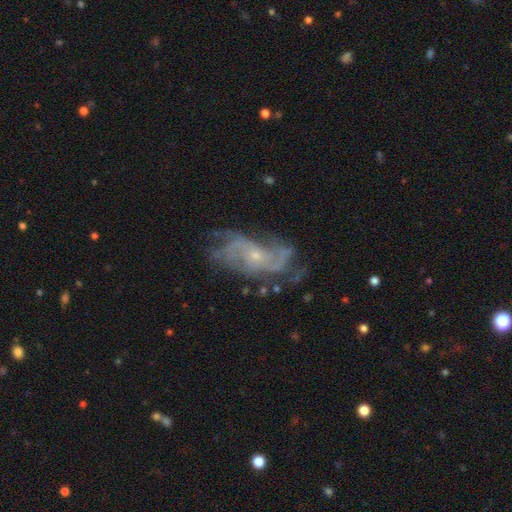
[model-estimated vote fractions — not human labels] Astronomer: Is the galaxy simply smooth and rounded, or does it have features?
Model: featured or disk — 85%.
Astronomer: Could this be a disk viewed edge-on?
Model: no — 96%.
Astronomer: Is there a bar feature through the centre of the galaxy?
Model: no — 72%.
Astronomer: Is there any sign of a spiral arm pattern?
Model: yes — 93%.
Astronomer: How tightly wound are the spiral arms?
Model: medium — 45% (runner-up: tight, 33%).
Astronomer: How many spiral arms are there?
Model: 2 — 32% (runner-up: can't tell, 25%).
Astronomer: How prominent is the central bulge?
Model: small — 73%.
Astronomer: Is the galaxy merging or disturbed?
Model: none — 59%.